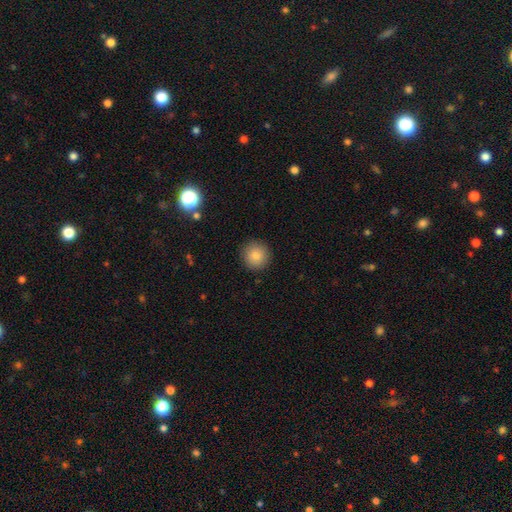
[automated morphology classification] smooth_or_featured: smooth (p=0.85) [alt: star or artifact p=0.09]
how_rounded: round (p=0.95) [alt: in between p=0.04]
merging: none (p=0.91) [alt: minor disturbance p=0.06]